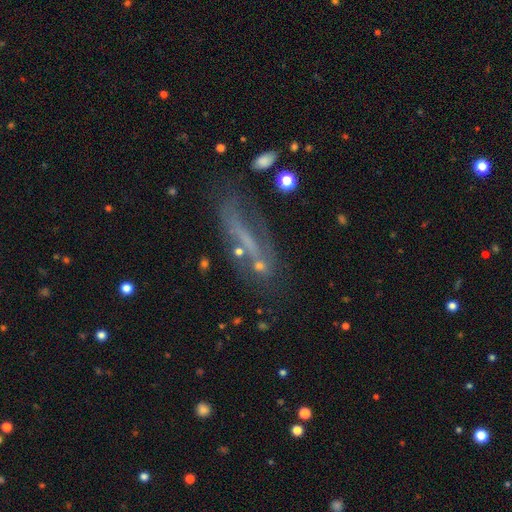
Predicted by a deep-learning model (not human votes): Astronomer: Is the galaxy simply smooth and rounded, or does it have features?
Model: featured or disk — 51% (runner-up: smooth, 31%).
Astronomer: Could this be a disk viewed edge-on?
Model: no — 67%.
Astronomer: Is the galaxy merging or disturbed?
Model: none — 43% (runner-up: major disturbance, 25%).